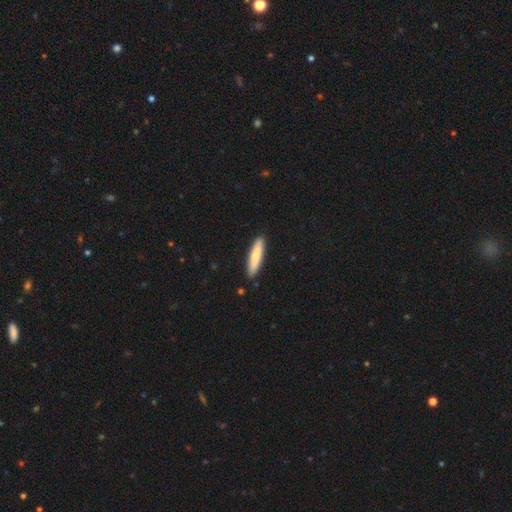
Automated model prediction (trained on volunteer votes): The model was most divided on "smooth or featured": smooth: 78%, featured or disk: 17%, star or artifact: 5%. More confident: merging — none (90%); how rounded — cigar-shaped (84%).